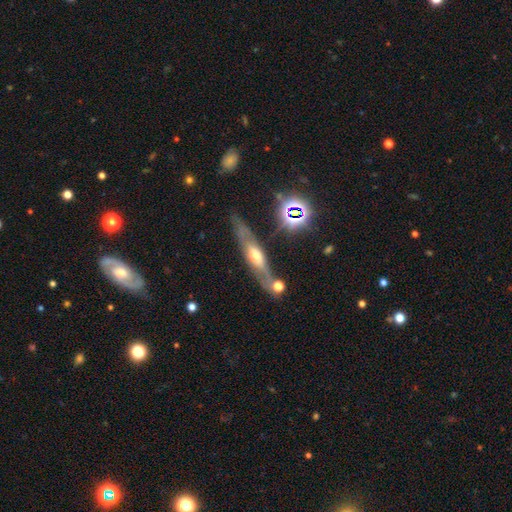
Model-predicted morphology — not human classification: Overall: featured or disk (62%; smooth 26%). Edge-on disk: yes (74%). Merging: none (66%).